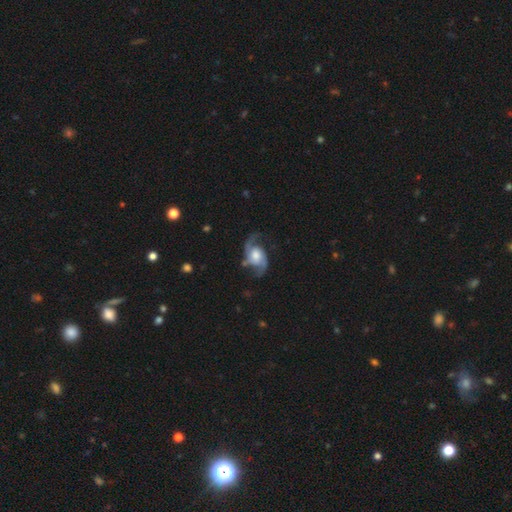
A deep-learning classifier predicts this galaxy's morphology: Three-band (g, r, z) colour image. It shows a featured or disk galaxy (86%) with no bar (63%), 2 (92%) loose (49%) spiral arms (96%) and a moderate central bulge (42%). Merging: none (68%).